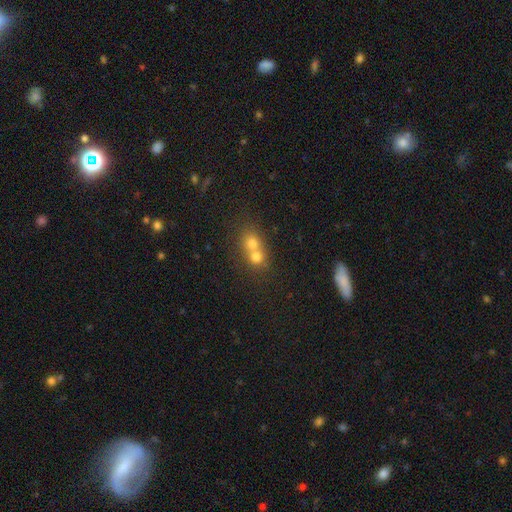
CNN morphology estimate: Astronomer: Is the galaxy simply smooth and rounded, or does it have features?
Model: smooth — 68%.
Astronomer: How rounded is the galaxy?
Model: round — 74%.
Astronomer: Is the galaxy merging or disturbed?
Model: merger — 67%.